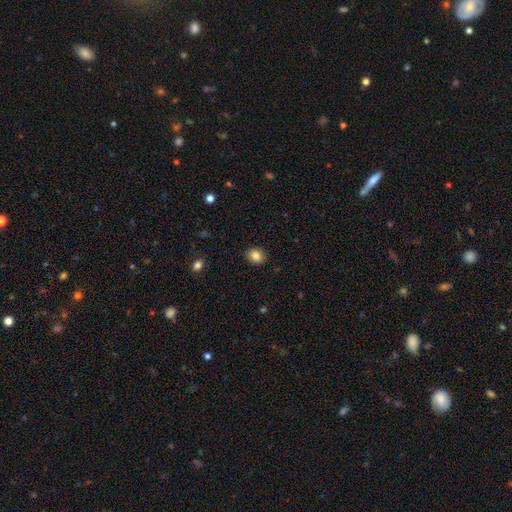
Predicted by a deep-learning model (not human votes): A smooth galaxy with no disk features (84%) that is round (57%).

Vote fractions:
- Smooth or featured? smooth: 84% / star or artifact: 10% / featured or disk: 6%
- How rounded? round: 57% / in between: 43% / cigar-shaped: 1%
- Merging? none: 90% / minor disturbance: 7% / major disturbance: 2% / merger: 1%